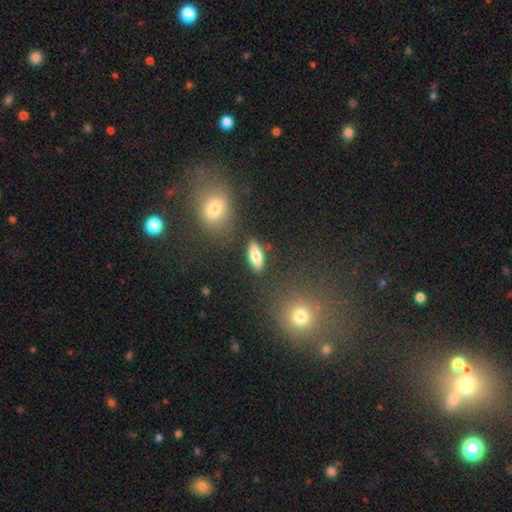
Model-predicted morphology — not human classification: type=smooth (72%); roundness=in between (67%); merging=none (83%).